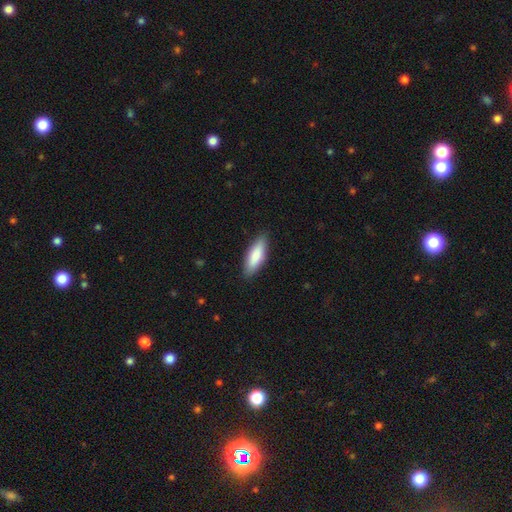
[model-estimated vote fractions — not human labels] smooth 82%, featured or disk 13%, star or artifact 5%. Down the decision tree: how rounded — in between (56%); merging — none (87%).